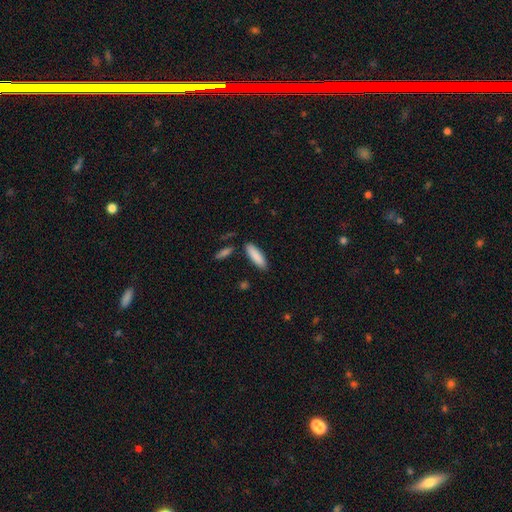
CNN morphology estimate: smooth 88%, featured or disk 6%, star or artifact 6%. Down the decision tree: how rounded — cigar-shaped (54%); merging — none (85%).